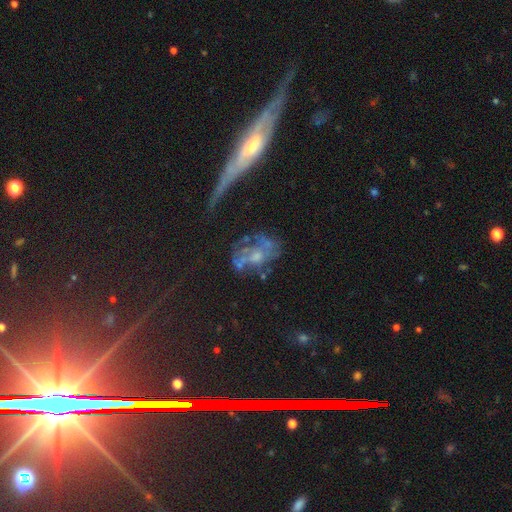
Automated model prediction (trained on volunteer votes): Q: Smooth or featured?
A: featured or disk (61%); runner-up: smooth (22%)
Q: Edge-on disk?
A: no (93%); runner-up: yes (7%)
Q: Bar?
A: no (81%); runner-up: weak (15%)
Q: Spiral arms?
A: no (55%); runner-up: yes (45%)
Q: Bulge size?
A: moderate (44%); runner-up: small (27%)
Q: Merging?
A: none (38%); runner-up: major disturbance (29%)